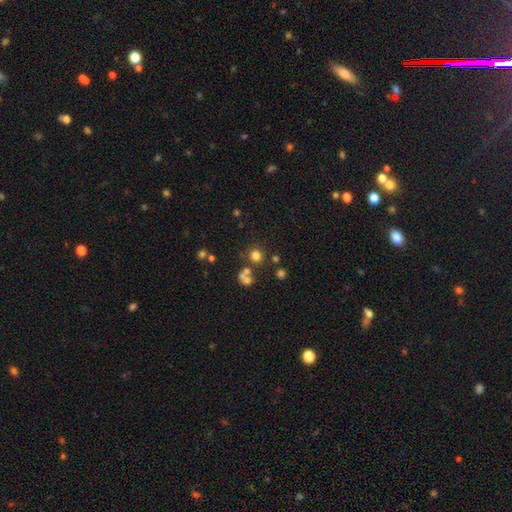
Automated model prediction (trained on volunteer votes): Morphology: type=smooth (71%); roundness=round (89%); merging=none (69%).